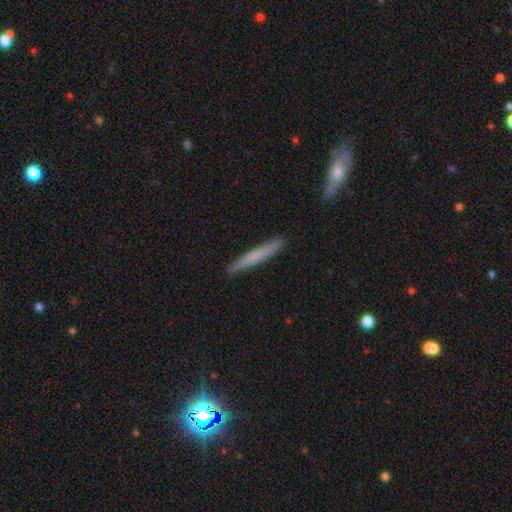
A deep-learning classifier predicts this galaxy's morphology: Smooth or featured?
  - smooth: 64% *
  - featured or disk: 31%
  - star or artifact: 5%
How rounded?
  - cigar-shaped: 96% *
  - in between: 3%
  - round: 1%
Merging?
  - none: 90% *
  - minor disturbance: 7%
  - major disturbance: 1%
  - merger: 1%